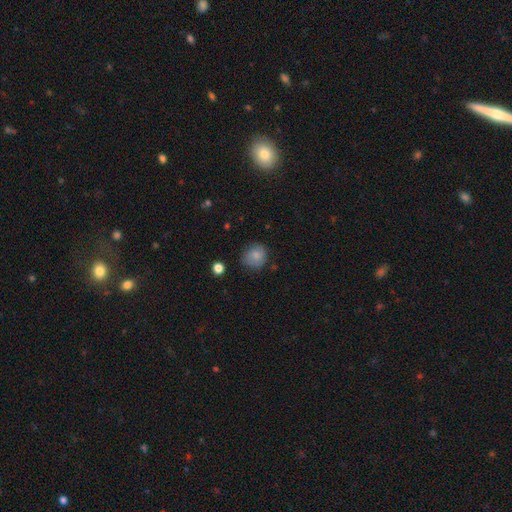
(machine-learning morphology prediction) smooth 80%, featured or disk 10%, star or artifact 9%. Down the decision tree: how rounded — round (83%); merging — none (75%).